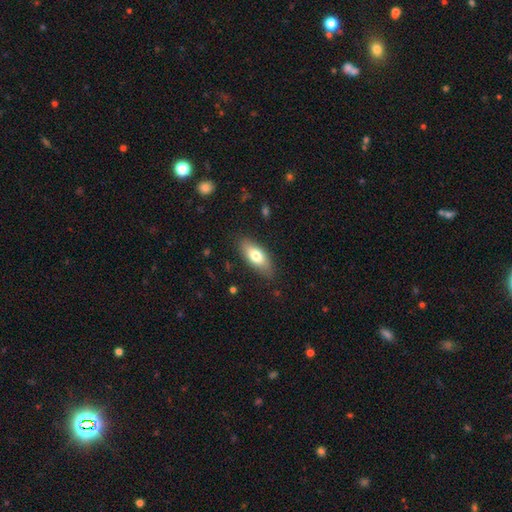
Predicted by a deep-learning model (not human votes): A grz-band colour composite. It shows a smooth galaxy with no disk features (73%) that is in between round and cigar-shaped (79%). Merging: none (83%).